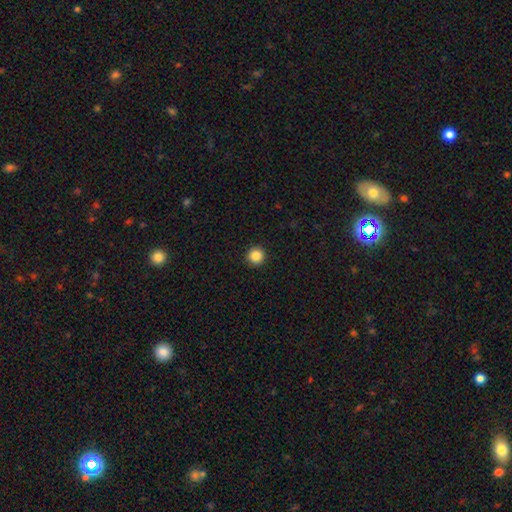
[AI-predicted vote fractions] Smooth or featured: smooth — 87% (star or artifact — 10%)
How rounded: round — 95% (in between — 4%)
Merging: none — 93% (minor disturbance — 4%)